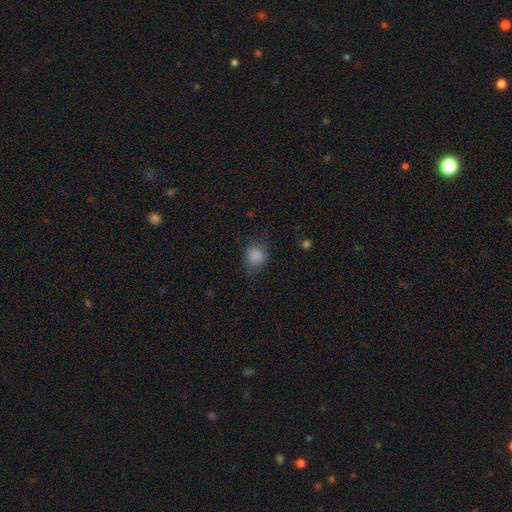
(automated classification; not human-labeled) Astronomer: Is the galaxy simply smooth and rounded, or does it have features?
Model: smooth — 84%.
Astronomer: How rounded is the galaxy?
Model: round — 63%.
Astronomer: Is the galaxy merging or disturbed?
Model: none — 65%.